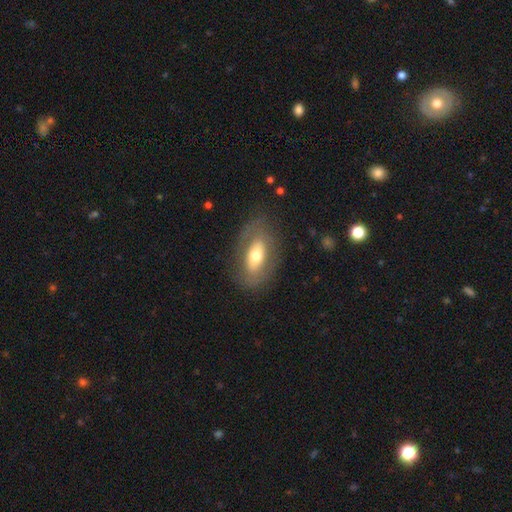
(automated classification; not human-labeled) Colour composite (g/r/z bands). It shows a smooth galaxy with no disk features (49%). Merging: none (76%).